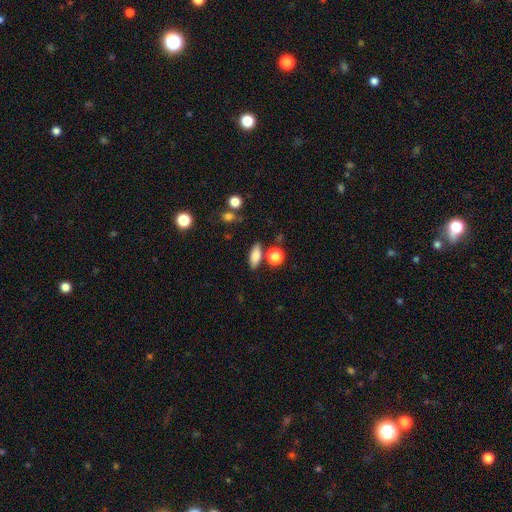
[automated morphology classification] Smooth or featured? smooth (80%)
How rounded? in between (71%)
Merging? none (77%)